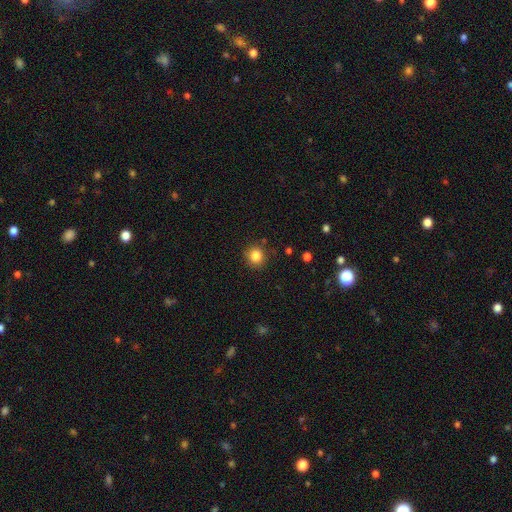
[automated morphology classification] Smooth or featured? smooth (84%)
How rounded? round (87%)
Merging? none (86%)